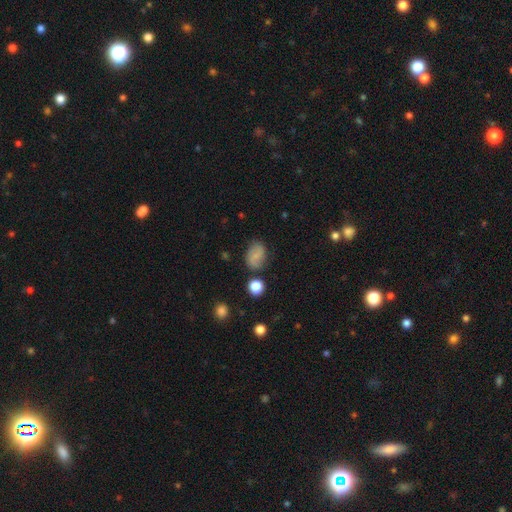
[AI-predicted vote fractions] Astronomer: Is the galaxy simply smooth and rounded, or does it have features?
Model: smooth — 58%.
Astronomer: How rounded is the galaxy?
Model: in between — 66%.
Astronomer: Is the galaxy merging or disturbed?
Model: none — 75%.